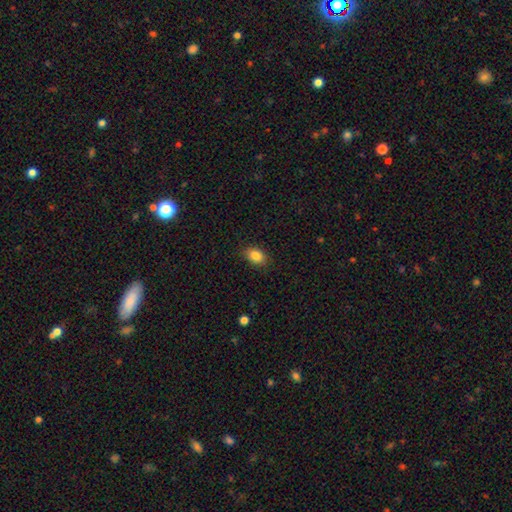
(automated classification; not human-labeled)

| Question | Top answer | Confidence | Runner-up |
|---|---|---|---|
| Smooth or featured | smooth | 85% | star or artifact (9%) |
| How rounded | in between | 79% | round (20%) |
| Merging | none | 87% | minor disturbance (9%) |